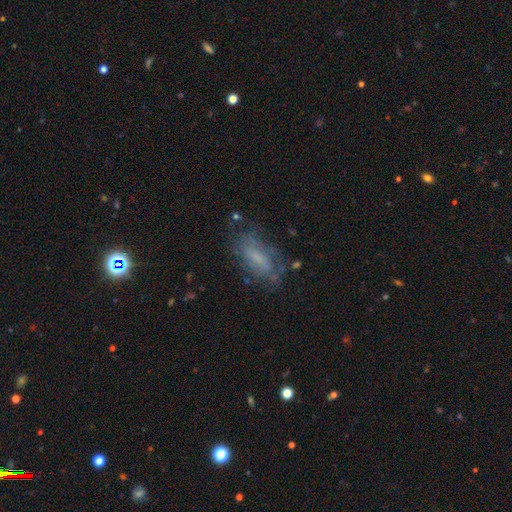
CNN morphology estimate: Overall: smooth (42%, tied with featured or disk). Merging: none (64%).